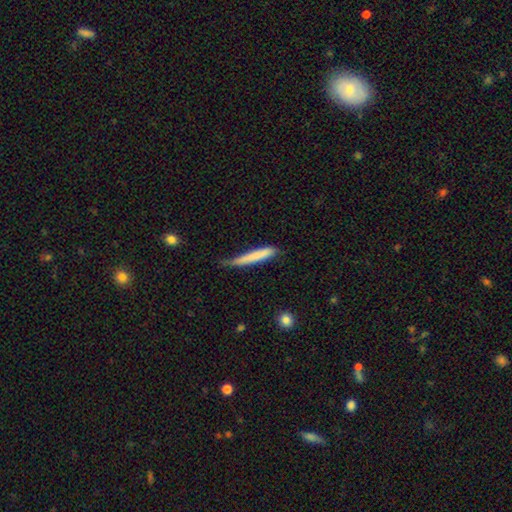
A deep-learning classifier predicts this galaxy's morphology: A smooth galaxy with no disk features (75%) that is cigar-shaped (94%). Merging: none (53%).